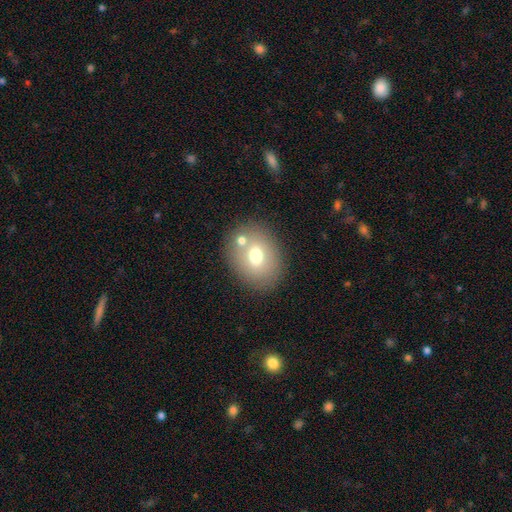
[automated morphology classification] smooth 67%, featured or disk 22%, star or artifact 11%. Down the decision tree: how rounded — in between (62%); merging — none (73%).